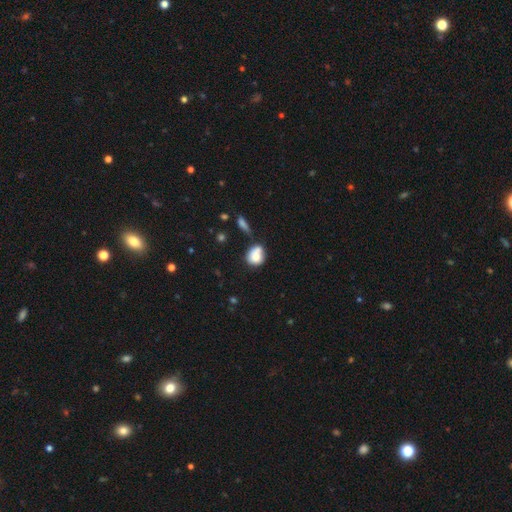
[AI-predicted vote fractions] A smooth galaxy with no disk features (74%) that is round (61%). Merging: merger (38%).